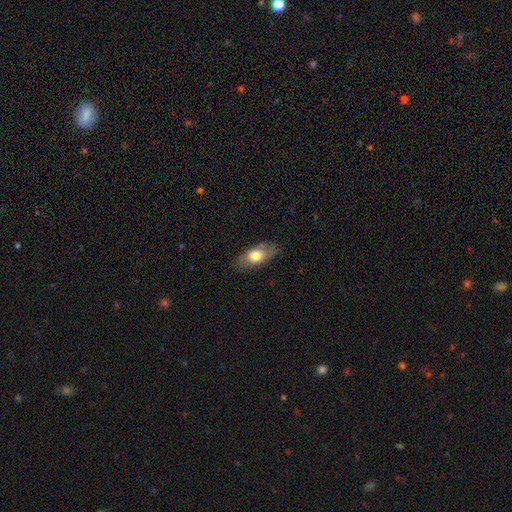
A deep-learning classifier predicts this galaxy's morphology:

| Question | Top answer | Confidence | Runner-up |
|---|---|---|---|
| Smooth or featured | smooth | 66% | featured or disk (27%) |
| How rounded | in between | 84% | cigar-shaped (9%) |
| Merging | none | 77% | minor disturbance (17%) |